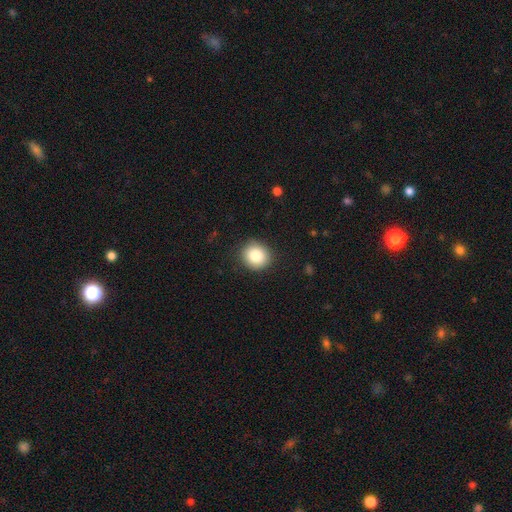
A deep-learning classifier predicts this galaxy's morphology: This appears to be a smooth galaxy with no disk features (84%) that is round (85%). Merging: none (90%).